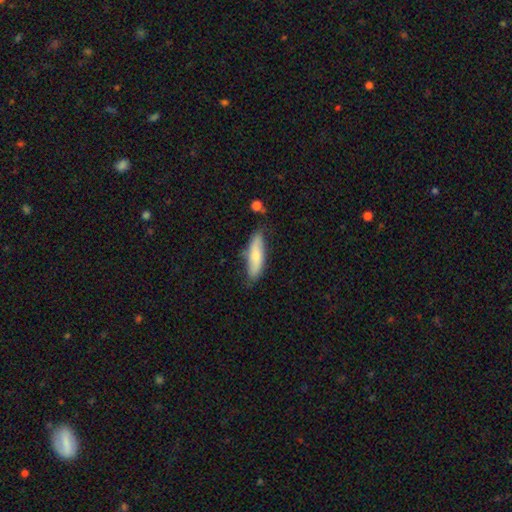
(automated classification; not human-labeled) Overall: smooth (66%; featured or disk 29%). How rounded: cigar-shaped (57%; in between 40%). Merging: none (72%).